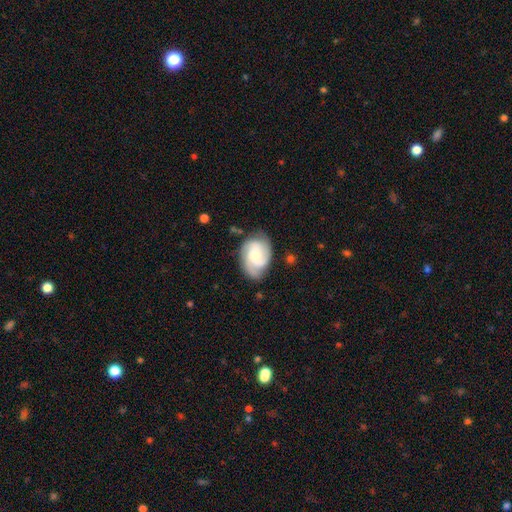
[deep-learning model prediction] Q: Smooth or featured?
A: featured or disk (76%); runner-up: smooth (18%)
Q: Edge-on disk?
A: no (98%); runner-up: yes (2%)
Q: Bar?
A: no (65%); runner-up: weak (30%)
Q: Spiral arms?
A: yes (96%); runner-up: no (4%)
Q: Spiral winding?
A: tight (47%); runner-up: medium (42%)
Q: Spiral arm count?
A: 3 (47%); runner-up: 2 (27%)
Q: Bulge size?
A: small (47%); runner-up: moderate (40%)
Q: Merging?
A: none (71%); runner-up: minor disturbance (21%)